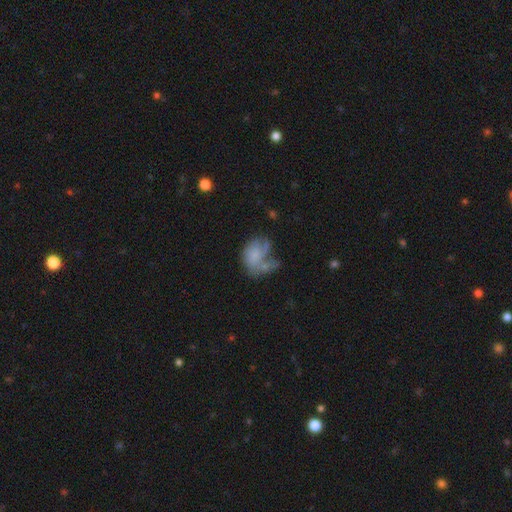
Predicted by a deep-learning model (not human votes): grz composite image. It shows a smooth galaxy with no disk features (53%) that is in between round and cigar-shaped (73%). Merging: major disturbance (31%).